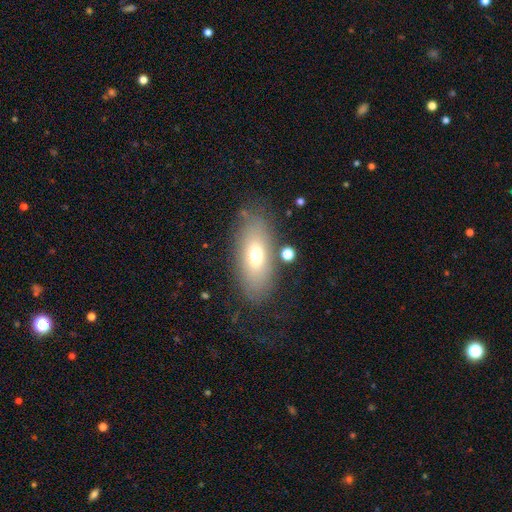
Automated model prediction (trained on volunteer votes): smooth-or-featured: smooth: 65% | featured or disk: 25% | star or artifact: 10%
  how-rounded: in between: 80% | cigar-shaped: 15% | round: 5%
  merging: none: 79% | minor disturbance: 12% | major disturbance: 5% | merger: 4%